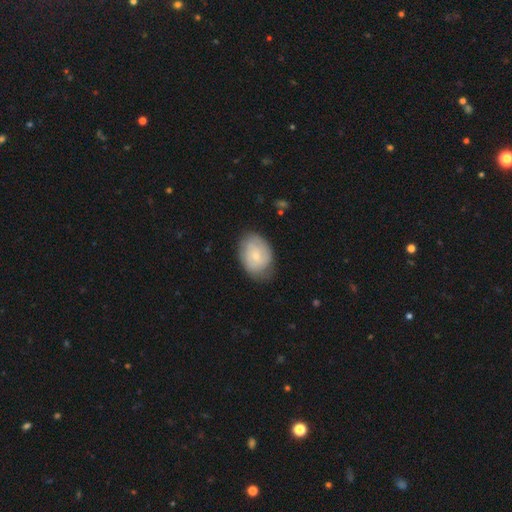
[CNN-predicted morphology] smooth-or-featured: smooth: 53% | featured or disk: 41% | star or artifact: 7%
  how-rounded: in between: 78% | round: 21% | cigar-shaped: 1%
  merging: none: 72% | minor disturbance: 21% | major disturbance: 5% | merger: 1%